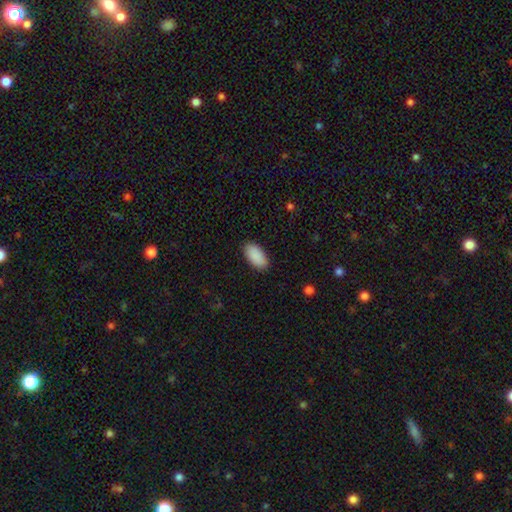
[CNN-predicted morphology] smooth_or_featured: smooth (p=0.91) [alt: star or artifact p=0.06]
how_rounded: in between (p=0.95) [alt: cigar-shaped p=0.03]
merging: none (p=0.88) [alt: minor disturbance p=0.09]